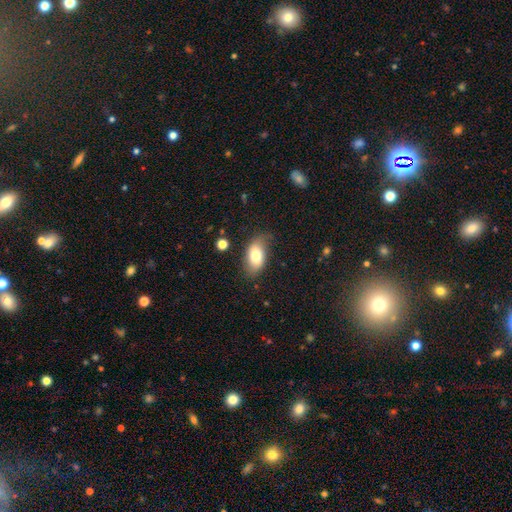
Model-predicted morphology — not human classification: Q: Smooth or featured?
A: smooth (75%); runner-up: featured or disk (18%)
Q: How rounded?
A: in between (92%); runner-up: round (6%)
Q: Merging?
A: none (69%); runner-up: minor disturbance (23%)